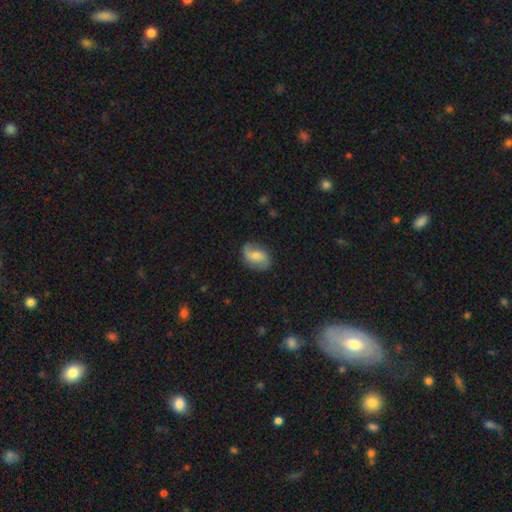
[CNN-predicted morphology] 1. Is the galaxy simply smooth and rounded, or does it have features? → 56% featured or disk, 37% smooth, 7% star or artifact.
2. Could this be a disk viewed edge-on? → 96% no, 4% yes.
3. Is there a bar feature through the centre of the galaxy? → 48% no, 40% weak, 13% strong.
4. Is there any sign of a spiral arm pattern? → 90% yes, 10% no.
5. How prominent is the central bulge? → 45% small, 40% moderate, 10% none, 4% large, 1% dominant.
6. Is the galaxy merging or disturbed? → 76% none, 17% minor disturbance, 5% major disturbance, 1% merger.